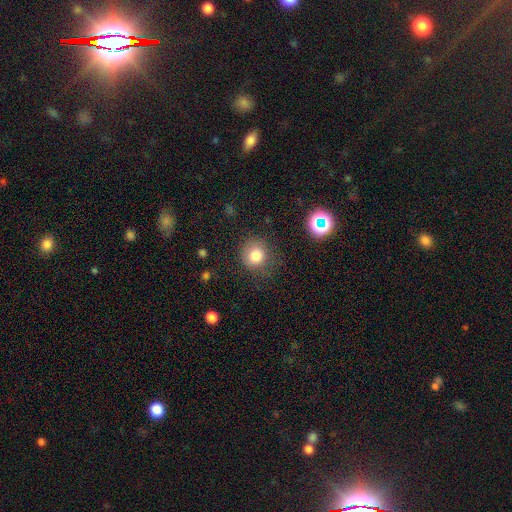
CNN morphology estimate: The model was most divided on "smooth or featured": smooth: 79%, star or artifact: 13%, featured or disk: 7%. More confident: how rounded — round (88%); merging — none (80%).